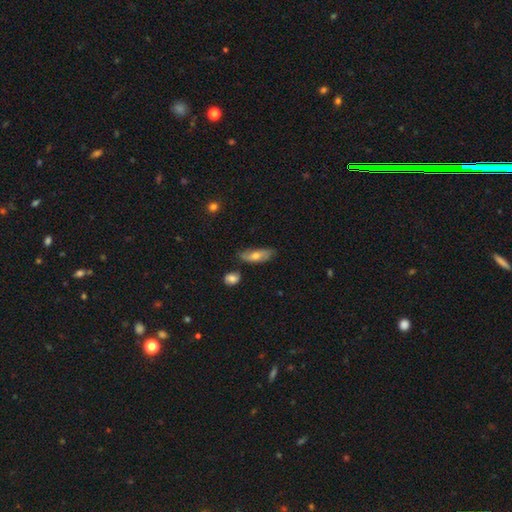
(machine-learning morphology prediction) smooth-or-featured: smooth: 61% | featured or disk: 32% | star or artifact: 7%
  how-rounded: in between: 73% | cigar-shaped: 24% | round: 3%
  merging: none: 67% | minor disturbance: 24% | major disturbance: 5% | merger: 4%